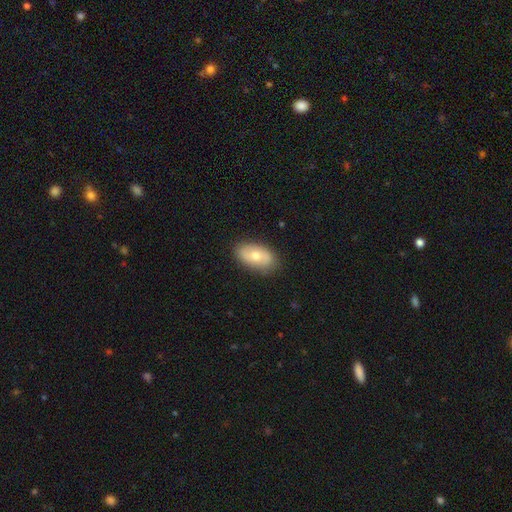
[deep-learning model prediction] This is likely a smooth galaxy (62%). How rounded: clearly in between (92%). Merging: clearly none (84%).